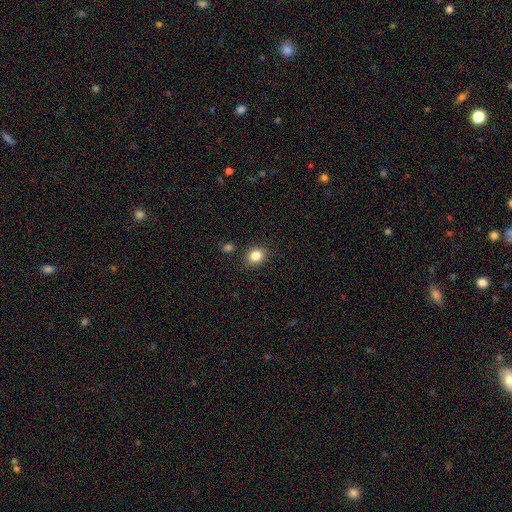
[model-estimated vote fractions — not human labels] Smooth or featured?
  - smooth: 84% *
  - star or artifact: 10%
  - featured or disk: 6%
How rounded?
  - round: 65% *
  - in between: 34%
  - cigar-shaped: 1%
Merging?
  - none: 85% *
  - minor disturbance: 9%
  - merger: 3%
  - major disturbance: 2%